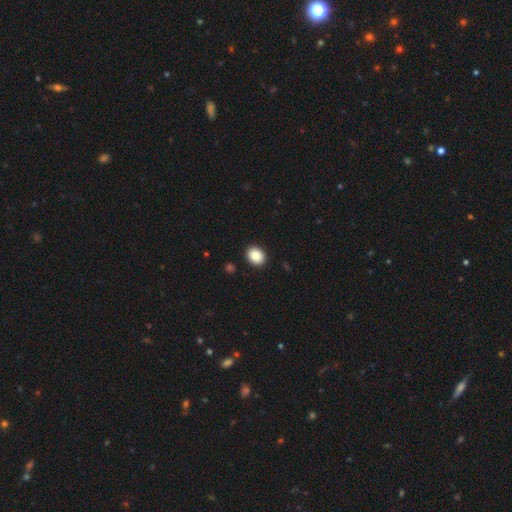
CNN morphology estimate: Smooth or featured? smooth (87%)
How rounded? round (50%)
Merging? none (91%)